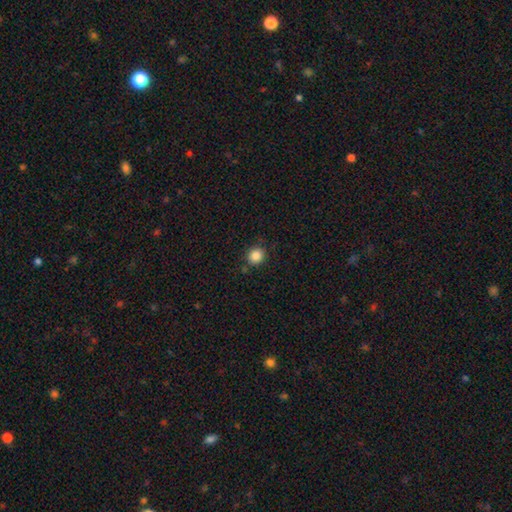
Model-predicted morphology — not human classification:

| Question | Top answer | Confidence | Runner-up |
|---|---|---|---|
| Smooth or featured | smooth | 85% | star or artifact (11%) |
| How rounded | round | 86% | in between (13%) |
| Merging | none | 83% | minor disturbance (11%) |